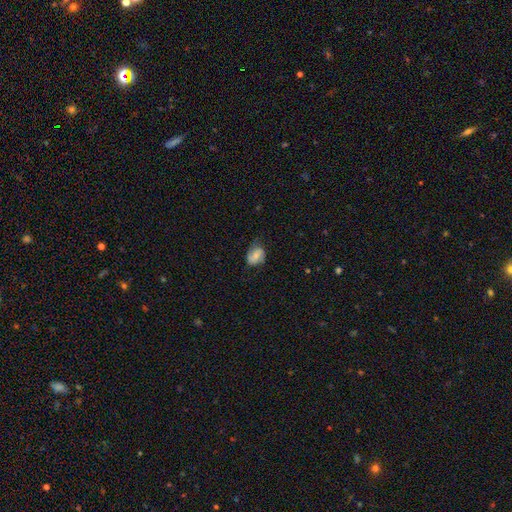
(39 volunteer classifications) Smooth or featured? smooth (64%)
How rounded? round (60%)
Merging? none (43%)